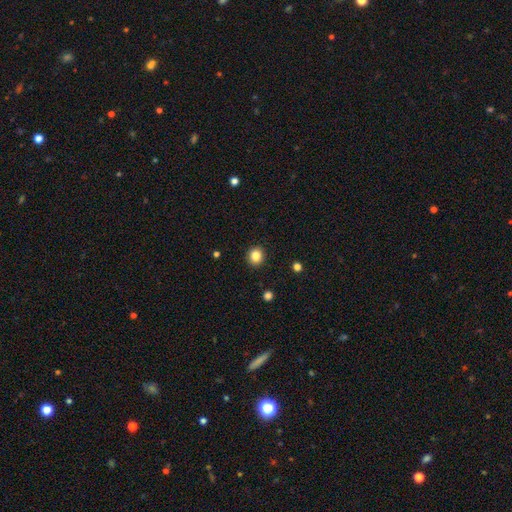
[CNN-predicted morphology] This is clearly a smooth galaxy (85%). How rounded: clearly round (82%). Merging: clearly none (92%).